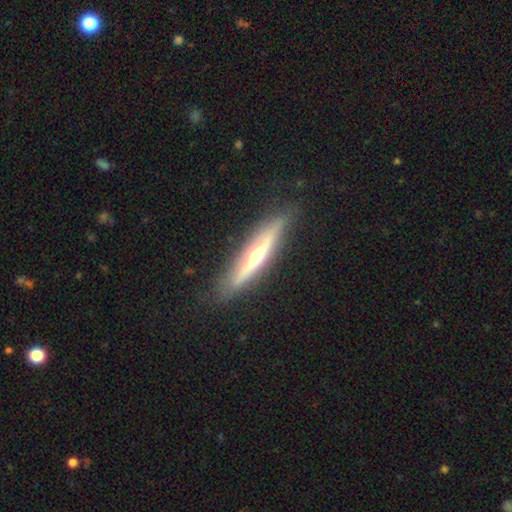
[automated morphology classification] The model was most divided on "smooth or featured": featured or disk: 66%, smooth: 28%, star or artifact: 6%. More confident: edge-on disk — yes (91%); merging — none (85%); edge-on bulge — rounded (84%).